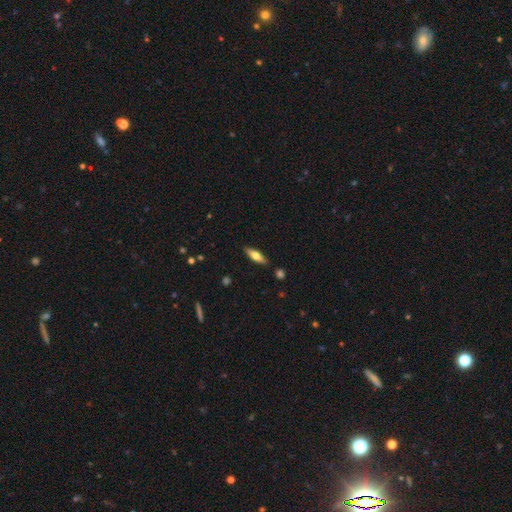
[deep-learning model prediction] smooth-or-featured: smooth: 60% | featured or disk: 34% | star or artifact: 6%
  how-rounded: cigar-shaped: 52% | in between: 46% | round: 2%
  merging: none: 87% | minor disturbance: 9% | major disturbance: 2% | merger: 2%